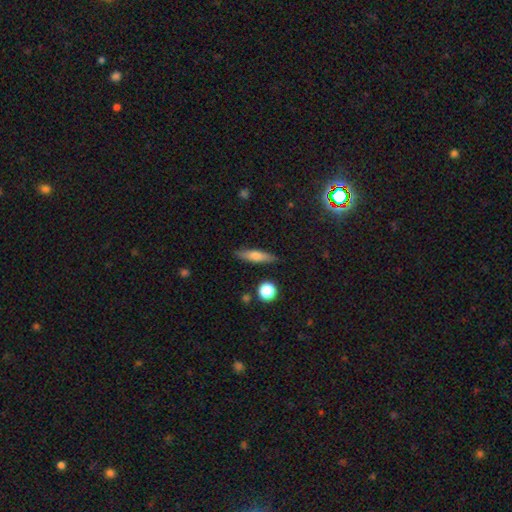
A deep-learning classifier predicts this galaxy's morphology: smooth_or_featured: smooth (p=0.64) [alt: featured or disk p=0.28]
how_rounded: cigar-shaped (p=0.71) [alt: in between p=0.26]
merging: none (p=0.87) [alt: minor disturbance p=0.09]